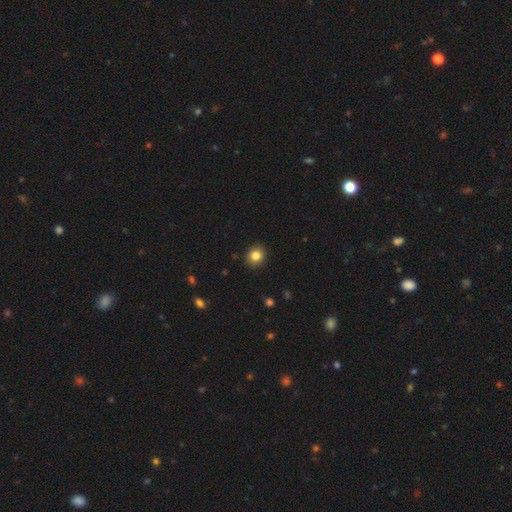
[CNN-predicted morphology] This appears to be a smooth galaxy with no disk features (84%) that is round (80%). Merging: none (91%).